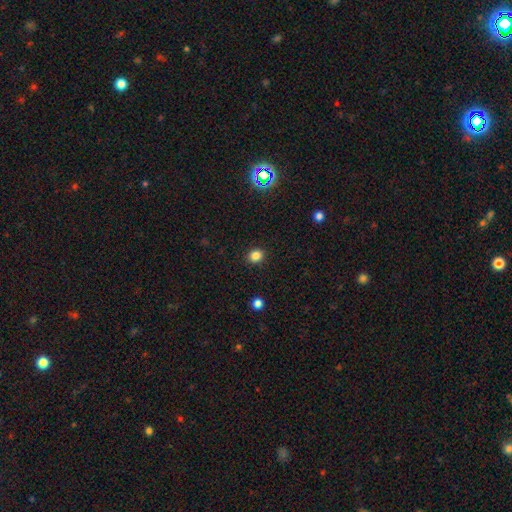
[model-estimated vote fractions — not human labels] smooth-or-featured: smooth: 83% | star or artifact: 13% | featured or disk: 4%
  how-rounded: round: 73% | in between: 26% | cigar-shaped: 1%
  merging: none: 91% | minor disturbance: 6% | major disturbance: 2% | merger: 1%